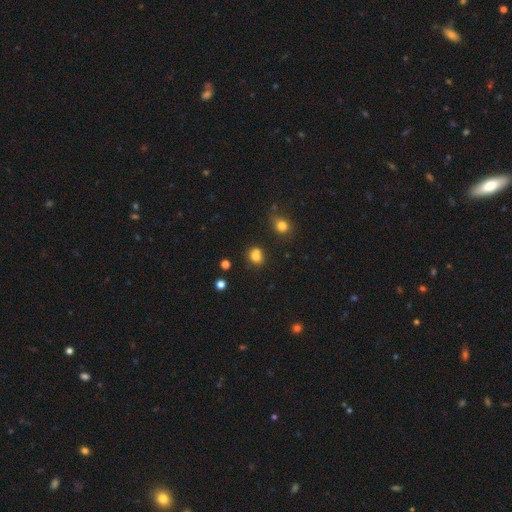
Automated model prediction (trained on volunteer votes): Overall: smooth (76%). How rounded: round (71%). Merging: none (55%; merger 27%).